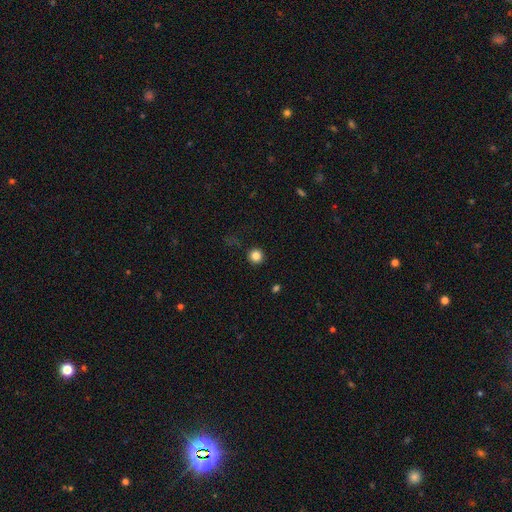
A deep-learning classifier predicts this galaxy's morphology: smooth-or-featured: smooth: 84% | star or artifact: 12% | featured or disk: 5%
  how-rounded: round: 96% | in between: 3% | cigar-shaped: 1%
  merging: none: 91% | minor disturbance: 5% | major disturbance: 2% | merger: 1%